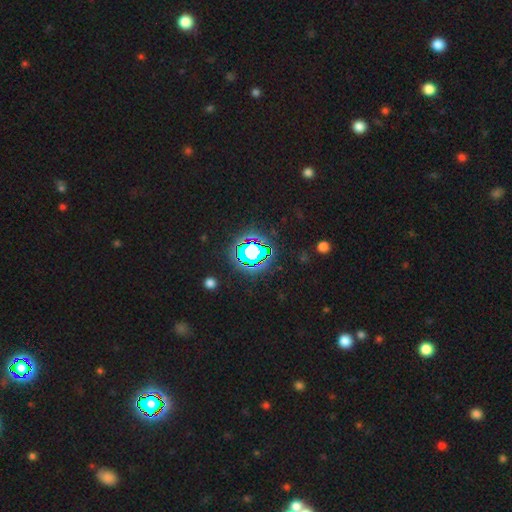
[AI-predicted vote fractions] Overall: star or artifact (72%).